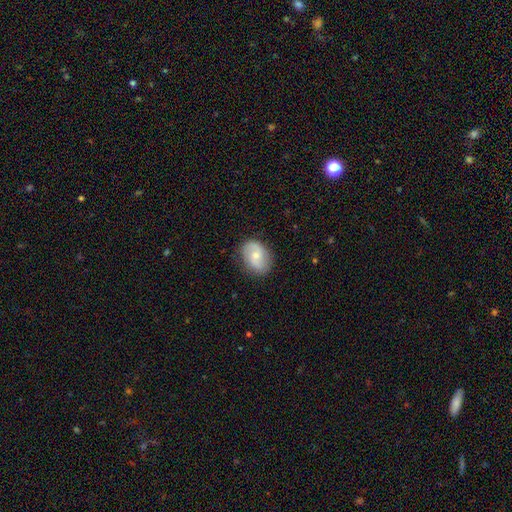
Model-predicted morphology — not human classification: Smooth or featured?
  - featured or disk: 58% *
  - smooth: 35%
  - star or artifact: 6%
Edge-on disk?
  - no: 97% *
  - yes: 3%
Bar?
  - no: 60% *
  - weak: 34%
  - strong: 7%
Spiral arms?
  - yes: 84% *
  - no: 16%
Bulge size?
  - moderate: 48% * (tied)
  - small: 48% * (tied)
  - large: 2%
  - none: 2%
  - dominant: 1%
Merging?
  - none: 81% *
  - minor disturbance: 15%
  - major disturbance: 4%
  - merger: 1%